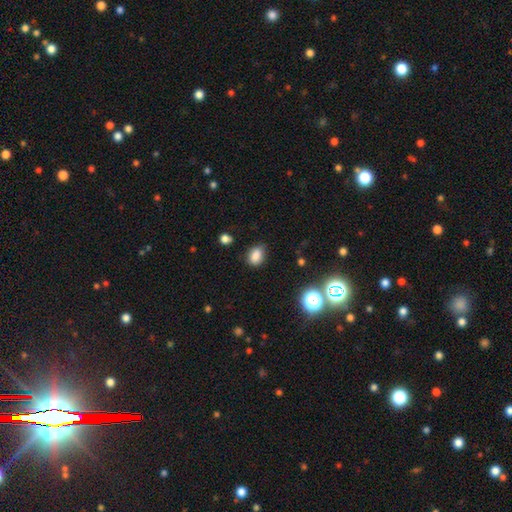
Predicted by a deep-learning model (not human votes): A smooth galaxy with no disk features (84%) that is in between round and cigar-shaped (73%).

Vote fractions:
- Smooth or featured? smooth: 84% / star or artifact: 11% / featured or disk: 5%
- How rounded? in between: 73% / round: 26% / cigar-shaped: 1%
- Merging? none: 72% / minor disturbance: 22% / major disturbance: 4% / merger: 2%